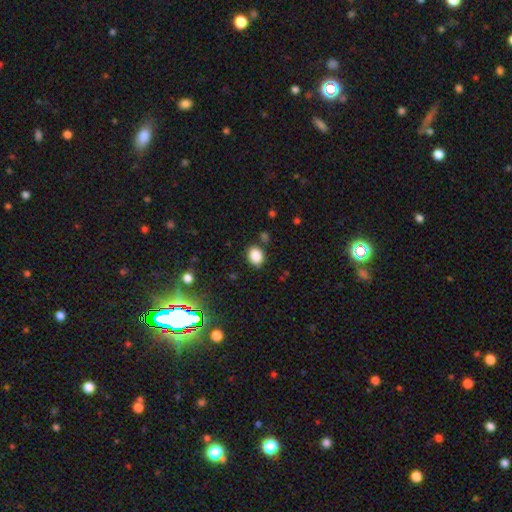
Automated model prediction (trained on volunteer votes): Morphology: type=smooth (85%); roundness=in between (55%); merging=none (83%).